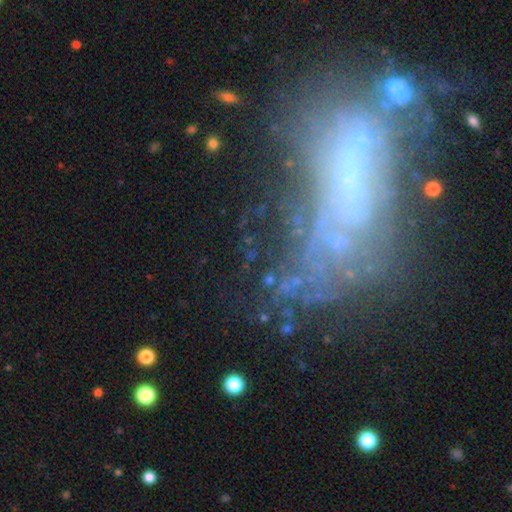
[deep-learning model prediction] Smooth or featured? Predicted: featured or disk (p=0.57). Edge-on disk? Predicted: no (p=0.87). Merging? Predicted: none (p=0.33).